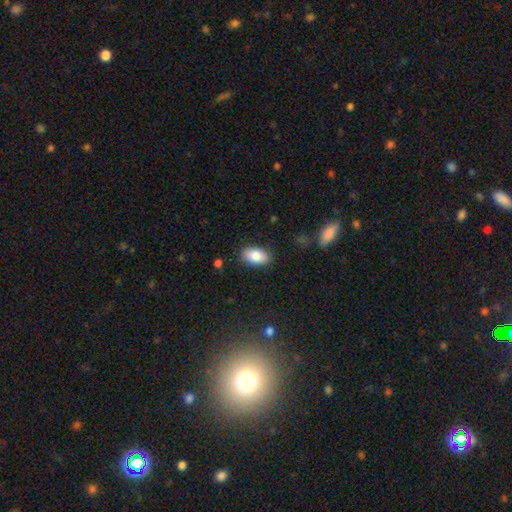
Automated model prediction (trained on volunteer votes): This is clearly a smooth galaxy (85%). How rounded: clearly in between (93%). Merging: clearly none (87%).